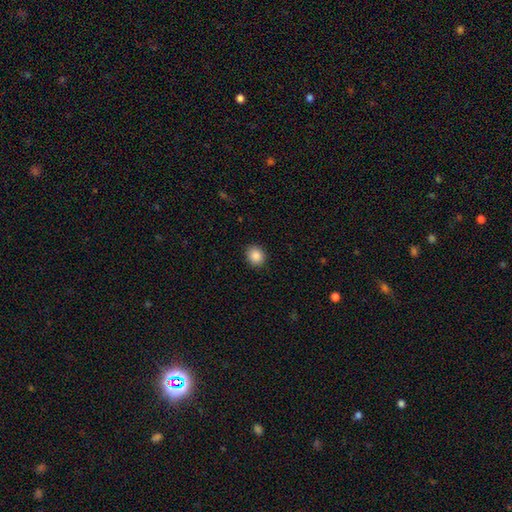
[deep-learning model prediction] Smooth or featured: smooth — 86% (star or artifact — 9%)
How rounded: round — 72% (in between — 27%)
Merging: none — 90% (minor disturbance — 7%)